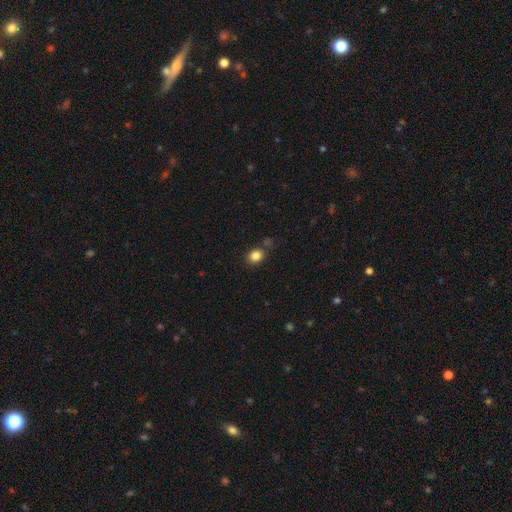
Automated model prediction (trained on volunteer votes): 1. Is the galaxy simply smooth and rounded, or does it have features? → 84% smooth, 11% star or artifact, 5% featured or disk.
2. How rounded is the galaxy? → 57% round, 42% in between, 1% cigar-shaped.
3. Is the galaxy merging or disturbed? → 78% none, 11% minor disturbance, 7% merger, 3% major disturbance.